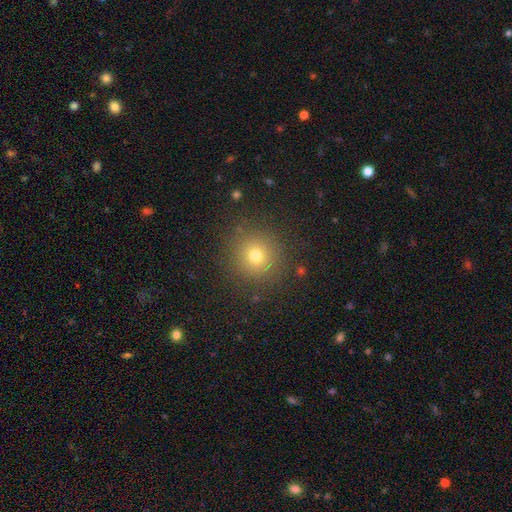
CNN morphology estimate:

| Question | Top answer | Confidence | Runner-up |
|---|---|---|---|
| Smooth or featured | smooth | 72% | star or artifact (18%) |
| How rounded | round | 93% | in between (6%) |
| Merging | none | 87% | minor disturbance (8%) |